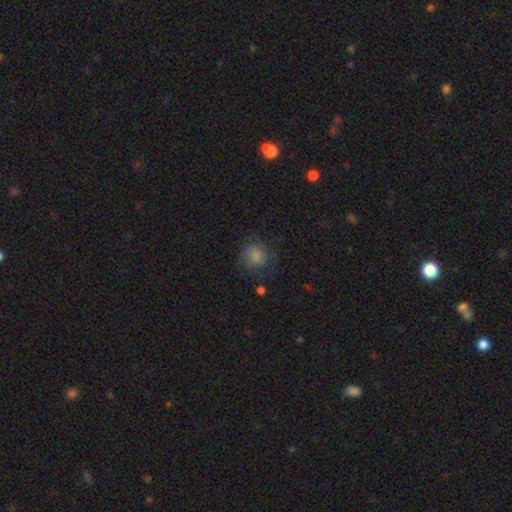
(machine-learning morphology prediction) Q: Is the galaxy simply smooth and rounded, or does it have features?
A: smooth — 69%.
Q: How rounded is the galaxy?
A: round — 85%.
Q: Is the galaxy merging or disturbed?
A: none — 62%.